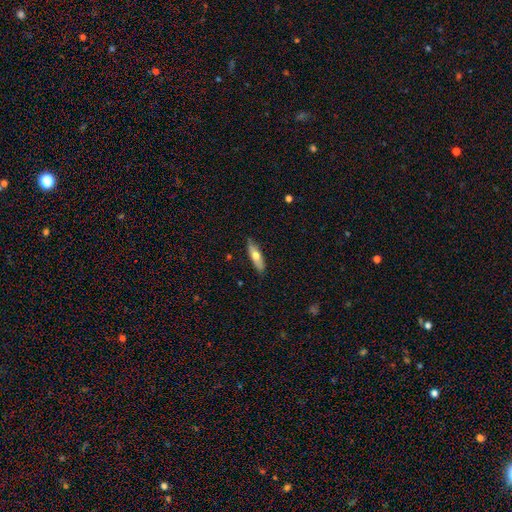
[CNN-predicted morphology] smooth 60%, featured or disk 34%, star or artifact 6%. Down the decision tree: how rounded — cigar-shaped (58%); merging — none (85%).